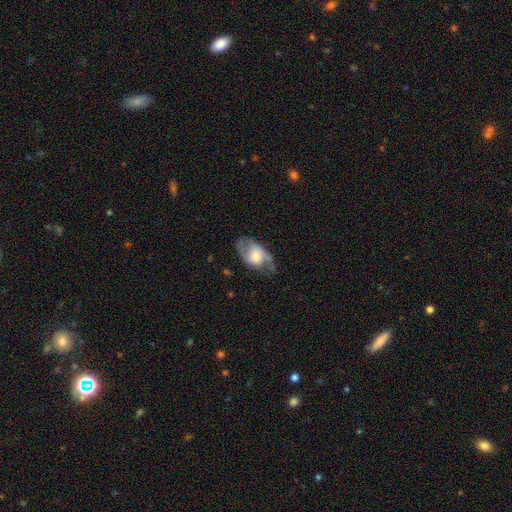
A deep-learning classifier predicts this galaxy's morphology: featured or disk 66%, smooth 27%, star or artifact 6%. Down the decision tree: edge-on disk — no (93%); bar — no (52%); spiral arms — yes (84%); spiral arm count — 2 (82%); spiral winding — medium (48%); bulge size — moderate (51%); merging — none (68%).